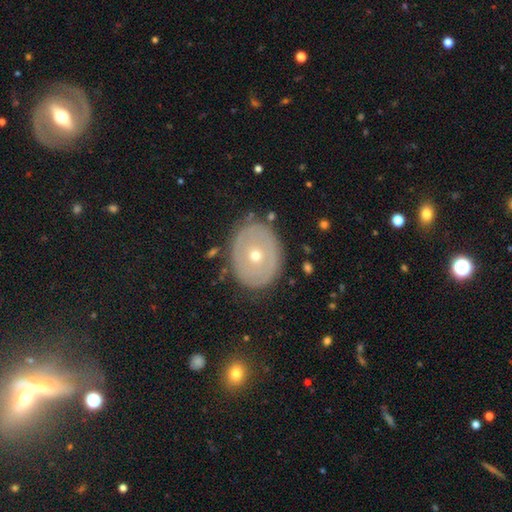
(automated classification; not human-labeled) Overall: featured or disk (60%; smooth 33%). Edge-on disk: no (94%). Bar: no (88%). Spiral arms: no (71%). Bulge size: small (55%; moderate 42%). Merging: none (82%).